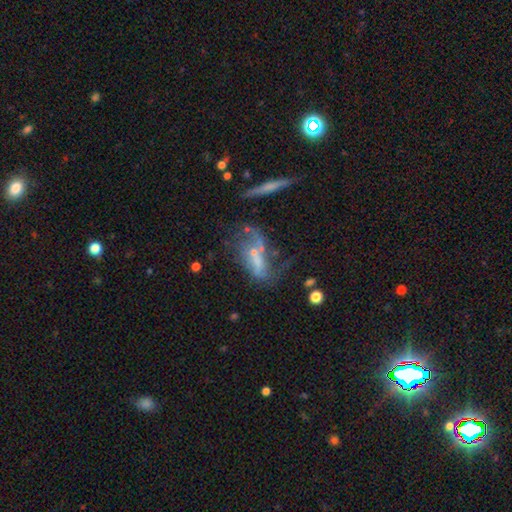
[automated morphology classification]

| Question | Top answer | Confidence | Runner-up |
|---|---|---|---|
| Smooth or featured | featured or disk | 53% | smooth (32%) |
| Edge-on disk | no | 81% | yes (19%) |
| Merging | major disturbance | 33% | none (28%) |